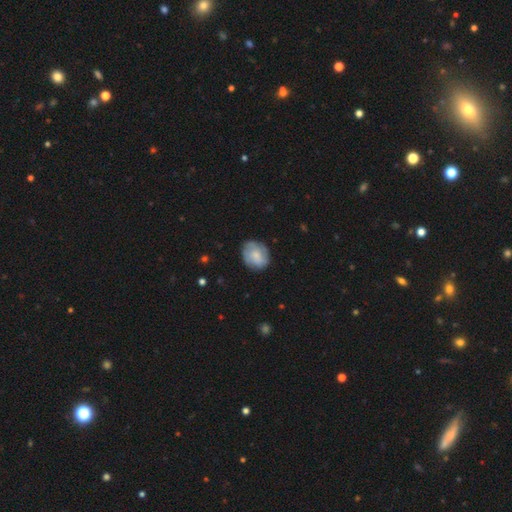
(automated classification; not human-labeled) Smooth or featured?
  - smooth: 59% *
  - featured or disk: 35%
  - star or artifact: 7%
How rounded?
  - round: 60% *
  - in between: 39%
  - cigar-shaped: 1%
Merging?
  - none: 76% *
  - minor disturbance: 18%
  - major disturbance: 5%
  - merger: 1%